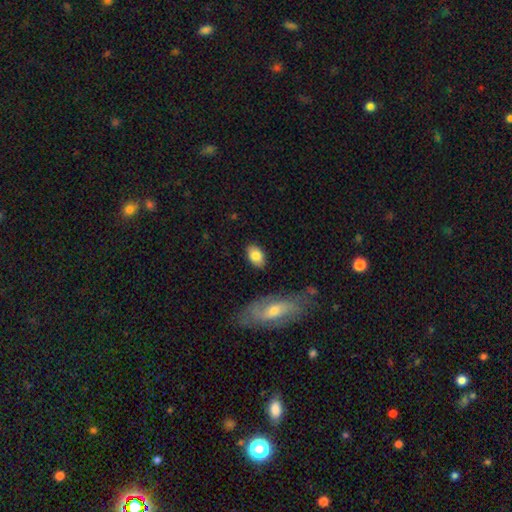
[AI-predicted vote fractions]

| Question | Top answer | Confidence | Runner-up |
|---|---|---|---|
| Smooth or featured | smooth | 82% | featured or disk (11%) |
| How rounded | in between | 90% | round (7%) |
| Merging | none | 83% | minor disturbance (11%) |